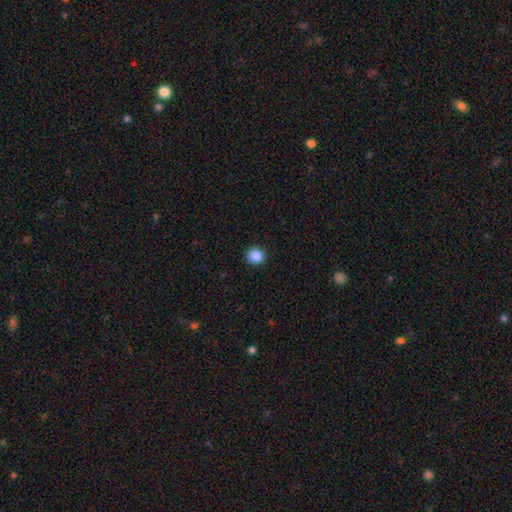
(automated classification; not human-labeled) A smooth galaxy with no disk features (88%) that is round (89%). Merging: none (92%).